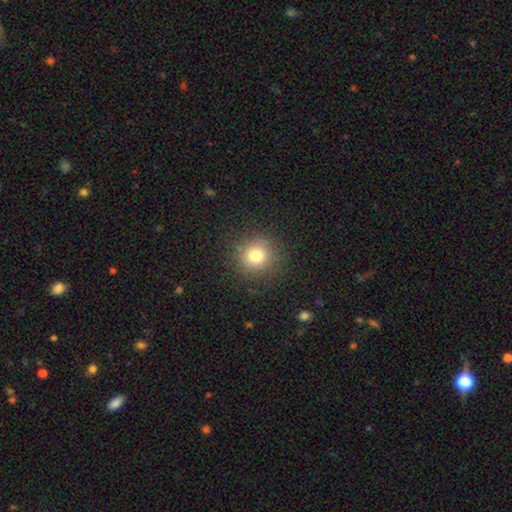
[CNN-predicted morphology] Smooth or featured: smooth — 78% (star or artifact — 14%)
How rounded: round — 91% (in between — 8%)
Merging: none — 87% (minor disturbance — 9%)